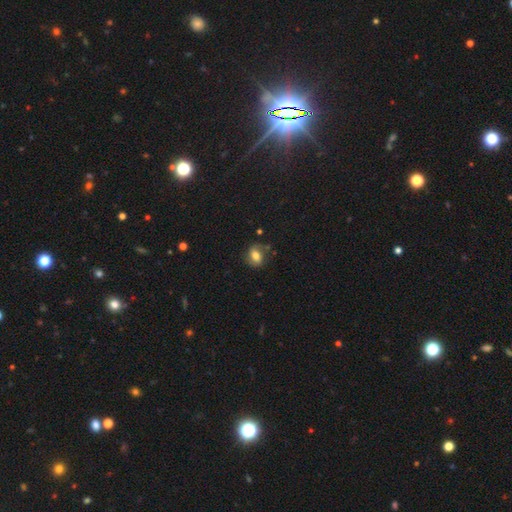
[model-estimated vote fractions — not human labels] Overall: smooth (60%; featured or disk 30%). How rounded: in between (67%; round 31%). Merging: none (63%; minor disturbance 23%).